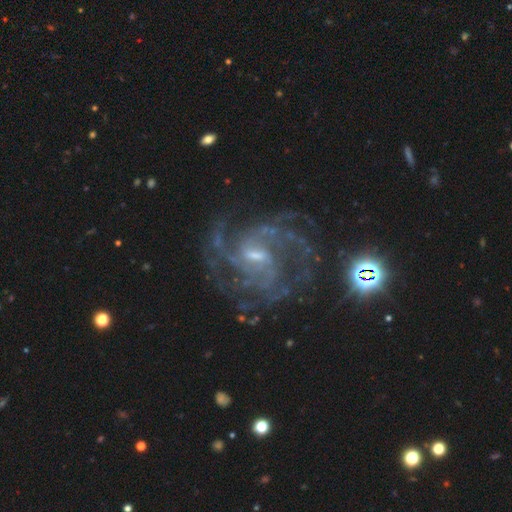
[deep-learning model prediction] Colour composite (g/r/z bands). It shows a featured or disk galaxy (90%) with a weak bar (61%), medium (49%) spiral arms (97%) and a small central bulge (57%). Merging: none (67%).